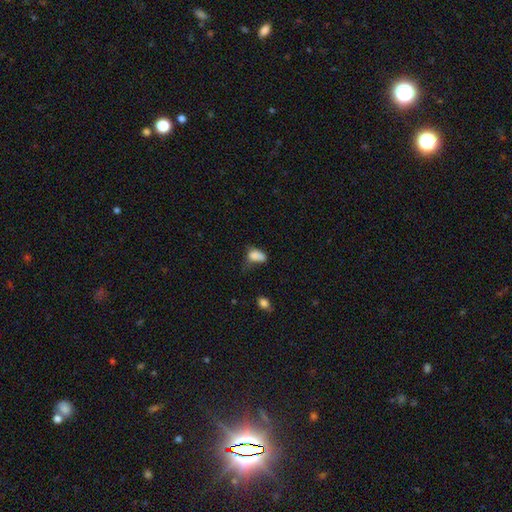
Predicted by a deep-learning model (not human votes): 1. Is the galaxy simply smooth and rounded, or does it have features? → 79% smooth, 11% star or artifact, 10% featured or disk.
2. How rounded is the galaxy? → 86% in between, 10% round, 4% cigar-shaped.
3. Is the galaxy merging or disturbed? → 33% minor disturbance, 30% major disturbance, 26% none, 11% merger.